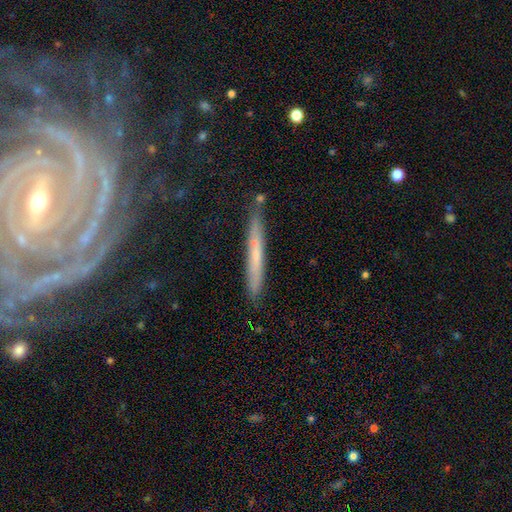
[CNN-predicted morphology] A smooth galaxy with no disk features (48%).

Vote fractions:
- Smooth or featured? smooth: 48% / featured or disk: 44% / star or artifact: 8%
- Merging? none: 85% / minor disturbance: 11% / merger: 2% / major disturbance: 2%